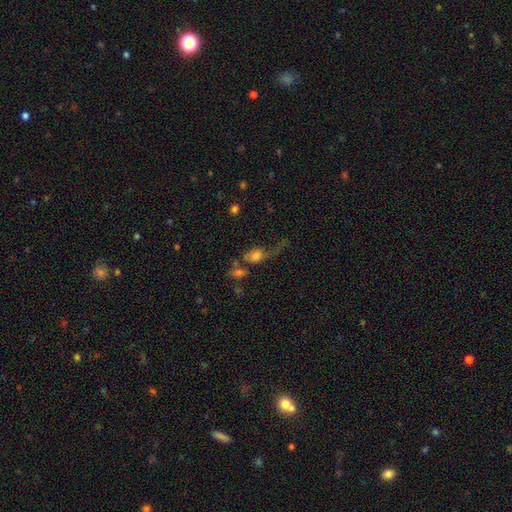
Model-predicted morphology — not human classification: smooth 60%, featured or disk 24%, star or artifact 16%. Down the decision tree: how rounded — in between (54%); merging — major disturbance (33%).